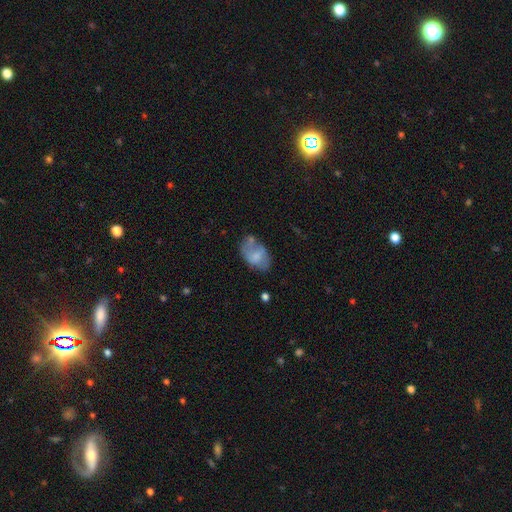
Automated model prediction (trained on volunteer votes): Smooth or featured? smooth (60%)
How rounded? in between (89%)
Merging? none (44%)